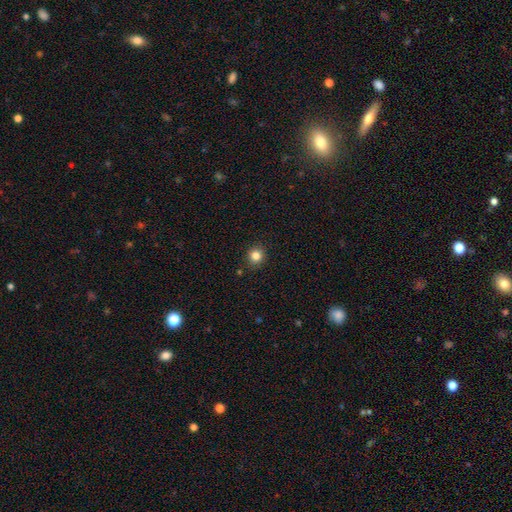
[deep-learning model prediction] Morphology: type=smooth (83%); roundness=round (90%); merging=none (90%).